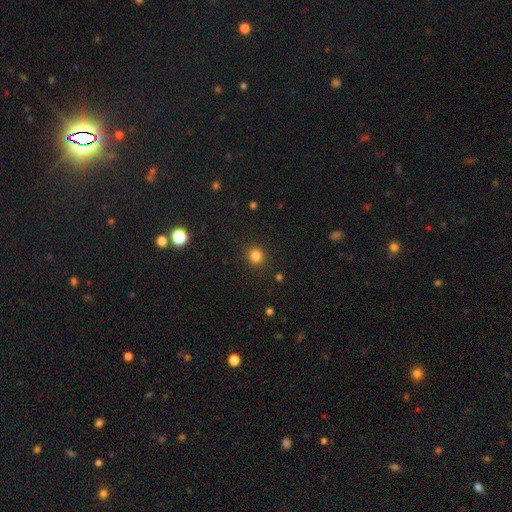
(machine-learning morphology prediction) This appears to be a smooth galaxy with no disk features (83%) that is round (89%). Merging: none (91%).